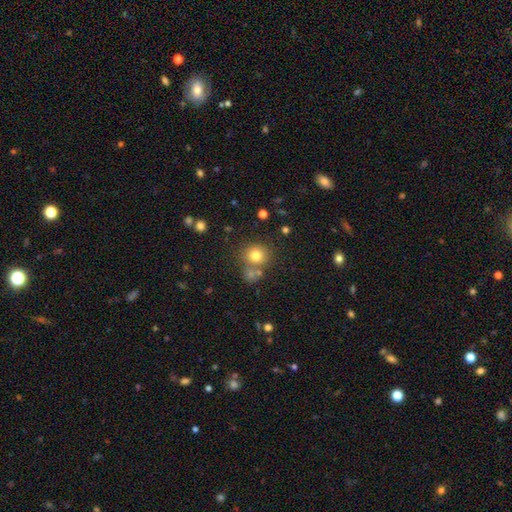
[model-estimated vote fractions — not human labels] smooth 76%, star or artifact 14%, featured or disk 10%. Down the decision tree: how rounded — round (85%); merging — none (65%).